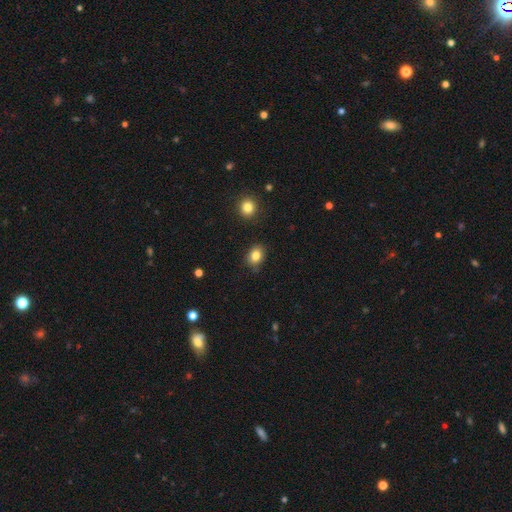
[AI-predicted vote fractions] smooth-or-featured: smooth: 82% | star or artifact: 11% | featured or disk: 7%
  how-rounded: in between: 54% | round: 45% | cigar-shaped: 1%
  merging: none: 84% | minor disturbance: 12% | major disturbance: 3% | merger: 2%